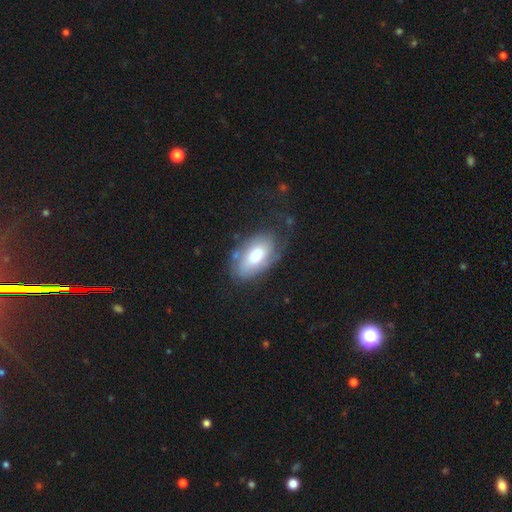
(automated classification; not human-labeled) Smooth or featured: smooth — 60% (featured or disk — 34%)
How rounded: in between — 94% (round — 4%)
Merging: none — 57% (minor disturbance — 25%)